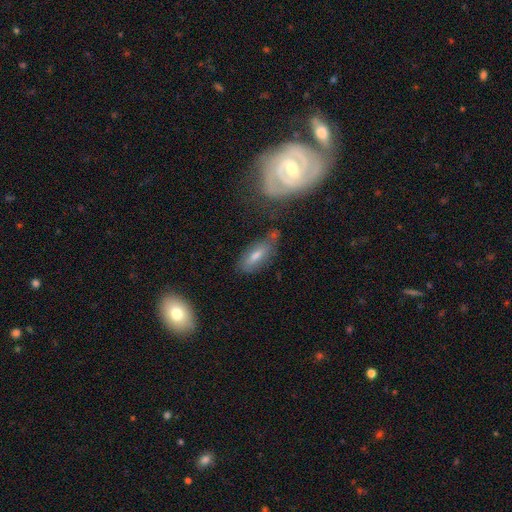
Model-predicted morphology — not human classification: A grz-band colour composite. It shows a smooth galaxy with no disk features (51%) that is in between round and cigar-shaped (69%). Merging: none (54%).